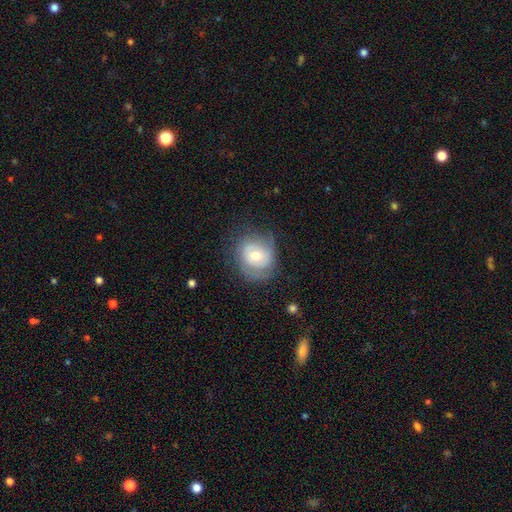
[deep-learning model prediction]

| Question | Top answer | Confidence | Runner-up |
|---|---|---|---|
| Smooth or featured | featured or disk | 55% | smooth (38%) |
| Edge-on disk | no | 96% | yes (4%) |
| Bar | no | 61% | weak (32%) |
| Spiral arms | yes | 72% | no (28%) |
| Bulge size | moderate | 65% | small (27%) |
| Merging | none | 63% | minor disturbance (24%) |